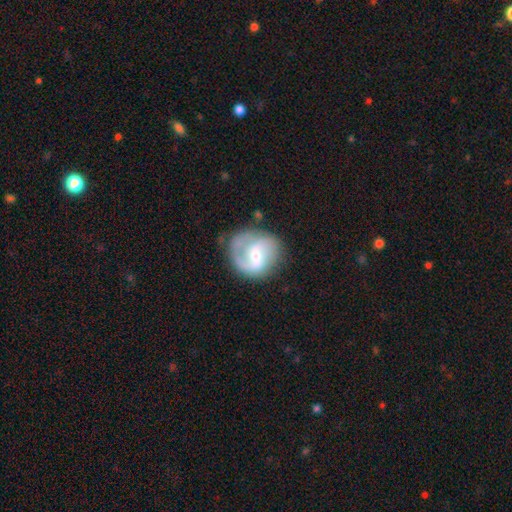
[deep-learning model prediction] A featured or disk galaxy (76%) with a weak bar (51%), 2 (66%) medium (47%) spiral arms (90%) and a small central bulge (55%). Merging: none (64%).